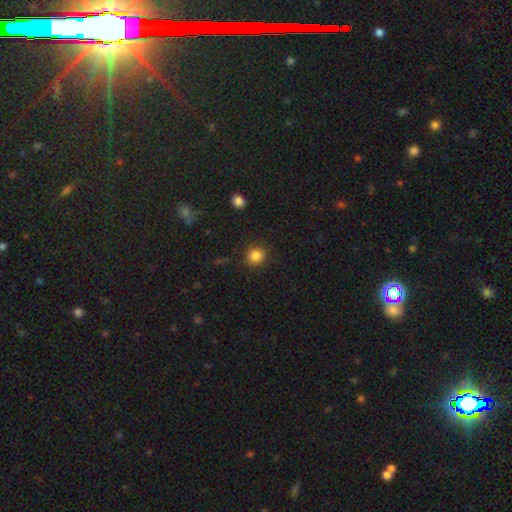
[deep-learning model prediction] A smooth galaxy with no disk features (85%) that is round (91%).

Vote fractions:
- Smooth or featured? smooth: 85% / star or artifact: 11% / featured or disk: 4%
- How rounded? round: 91% / in between: 8% / cigar-shaped: 1%
- Merging? none: 89% / minor disturbance: 7% / major disturbance: 3% / merger: 1%